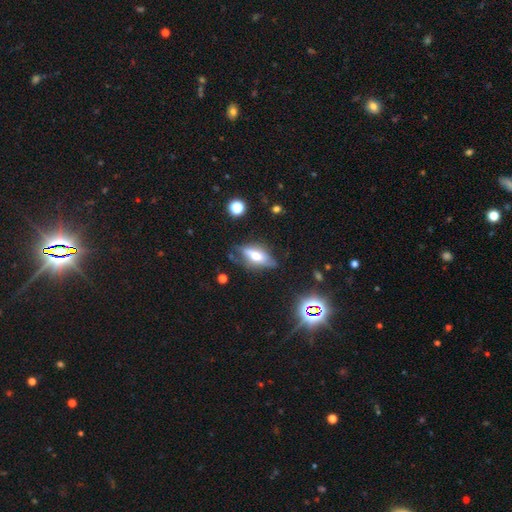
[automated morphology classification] smooth-or-featured: featured or disk: 45% (tied) | smooth: 45% (tied) | star or artifact: 10%
  merging: none: 60% | minor disturbance: 27% | major disturbance: 10% | merger: 4%